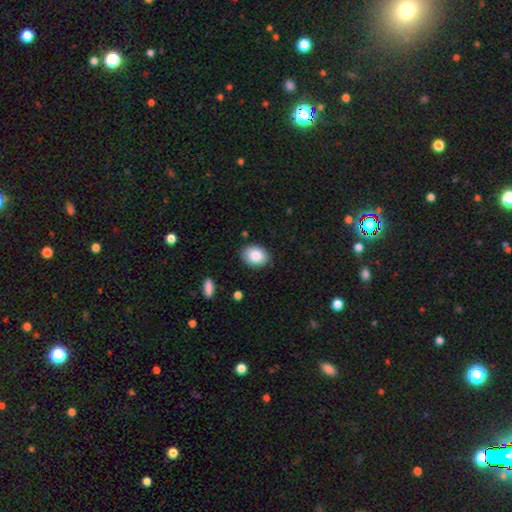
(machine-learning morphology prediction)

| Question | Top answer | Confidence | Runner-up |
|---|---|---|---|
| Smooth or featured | smooth | 85% | featured or disk (8%) |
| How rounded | in between | 69% | round (30%) |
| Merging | none | 86% | minor disturbance (10%) |